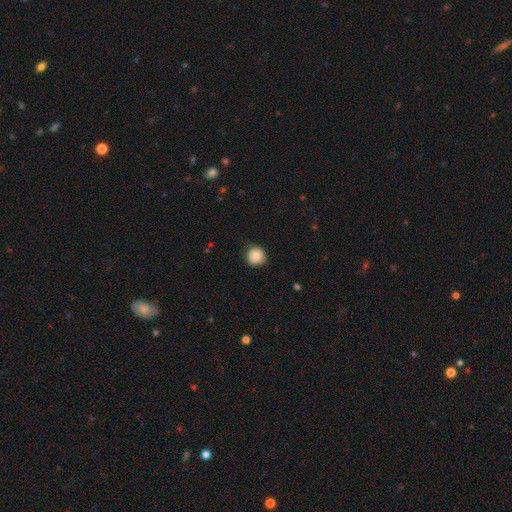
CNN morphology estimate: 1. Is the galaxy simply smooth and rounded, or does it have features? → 82% smooth, 9% featured or disk, 8% star or artifact.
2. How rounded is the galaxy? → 93% round, 6% in between, 1% cigar-shaped.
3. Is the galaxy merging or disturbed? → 77% none, 19% minor disturbance, 3% major disturbance, 1% merger.